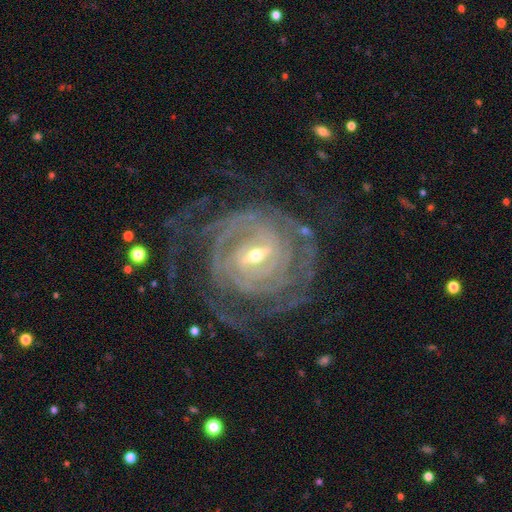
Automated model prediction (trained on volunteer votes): A featured or disk galaxy (91%) with a weak bar (44%), tight (79%) spiral arms (97%) and a small central bulge (55%).

Vote fractions:
- Smooth or featured? featured or disk: 91% / star or artifact: 5% / smooth: 4%
- Edge-on disk? no: 97% / yes: 3%
- Bar? weak: 44% / strong: 41% / no: 14%
- Spiral arms? yes: 97% / no: 3%
- Spiral winding? tight: 79% / medium: 17% / loose: 4%
- Spiral arm count? can't tell: 29% / 4: 19% / 2: 18% / 3: 16% / more than 4: 10% / 1: 7%
- Bulge size? small: 55% / moderate: 41% / large: 2% / none: 1% / dominant: 1%
- Merging? none: 69% / minor disturbance: 15% / major disturbance: 15% / merger: 1%